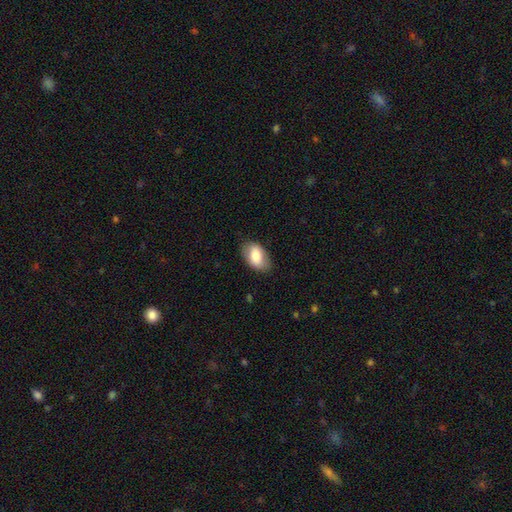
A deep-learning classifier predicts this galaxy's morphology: Smooth or featured? smooth (75%)
How rounded? in between (92%)
Merging? none (81%)